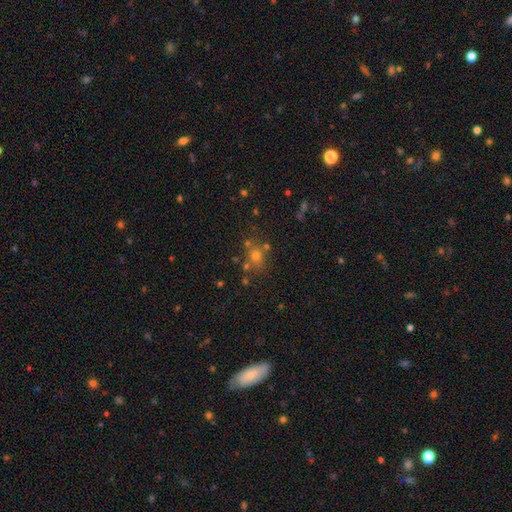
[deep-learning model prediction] Smooth or featured: smooth — 56% (star or artifact — 31%)
How rounded: round — 79% (in between — 20%)
Merging: none — 68% (merger — 16%)